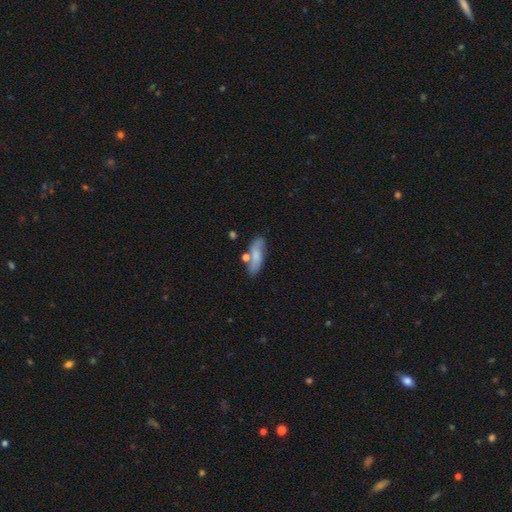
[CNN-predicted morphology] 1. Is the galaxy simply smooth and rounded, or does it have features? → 61% smooth, 31% featured or disk, 8% star or artifact.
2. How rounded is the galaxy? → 71% in between, 26% cigar-shaped, 4% round.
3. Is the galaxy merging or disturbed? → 63% none, 19% minor disturbance, 12% merger, 6% major disturbance.